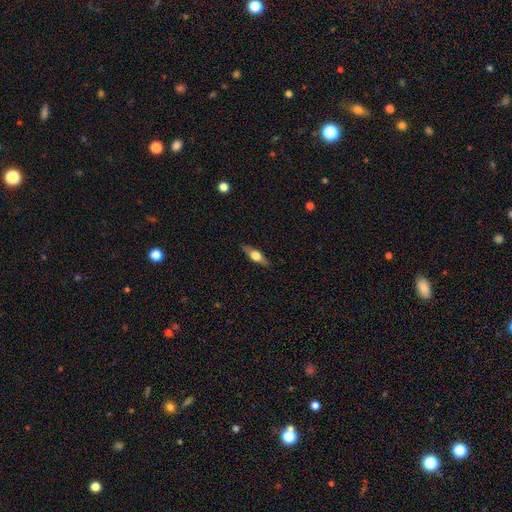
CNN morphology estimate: Overall: featured or disk (54%; smooth 39%). Edge-on disk: yes (93%). Edge-on bulge: rounded (92%). Merging: none (86%).